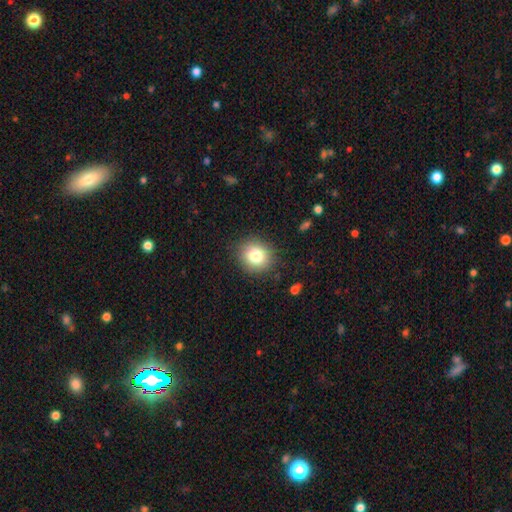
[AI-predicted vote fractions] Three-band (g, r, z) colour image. It shows a smooth galaxy with no disk features (80%) that is round (82%). Merging: none (88%).